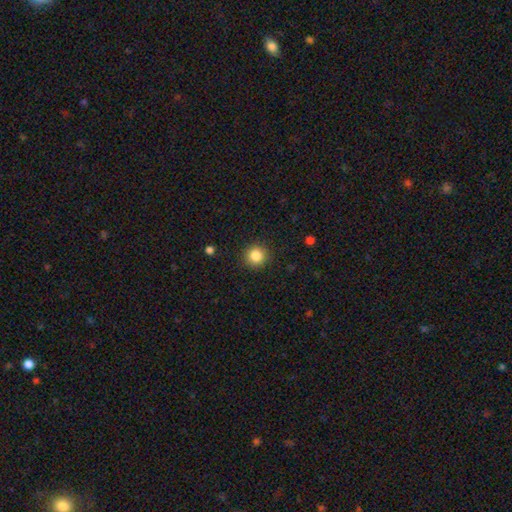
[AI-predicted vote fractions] smooth-or-featured: smooth: 85% | star or artifact: 10% | featured or disk: 4%
  how-rounded: round: 94% | in between: 5% | cigar-shaped: 1%
  merging: none: 91% | minor disturbance: 6% | major disturbance: 2% | merger: 1%